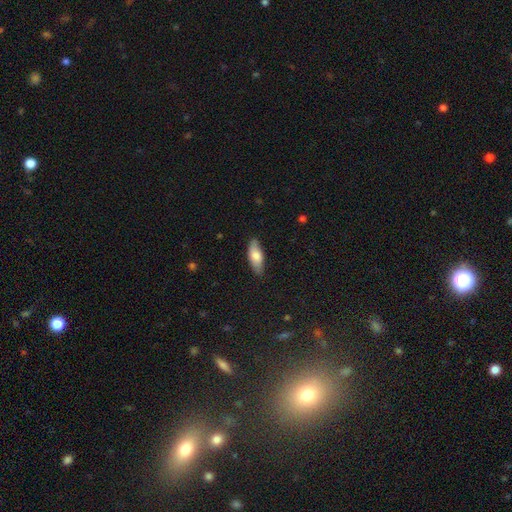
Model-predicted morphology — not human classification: This is likely a smooth galaxy (75%). How rounded: likely in between (75%). Merging: clearly none (84%).